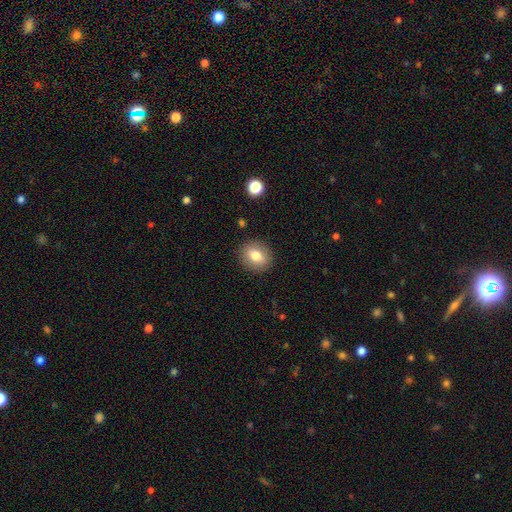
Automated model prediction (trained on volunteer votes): Morphology: type=smooth (77%); roundness=round (62%); merging=none (88%).